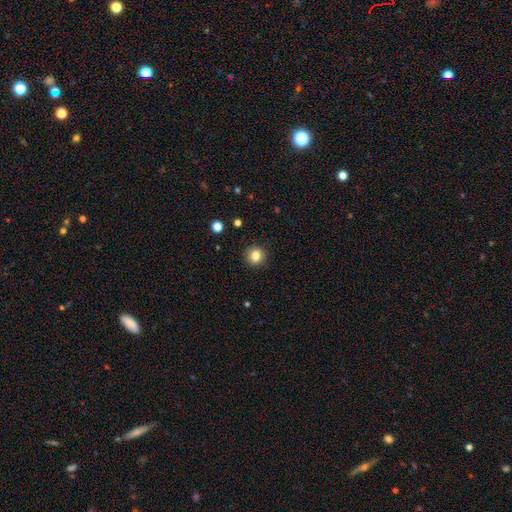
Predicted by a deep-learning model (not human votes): This appears to be a smooth galaxy with no disk features (84%) that is round (92%). Merging: none (91%).